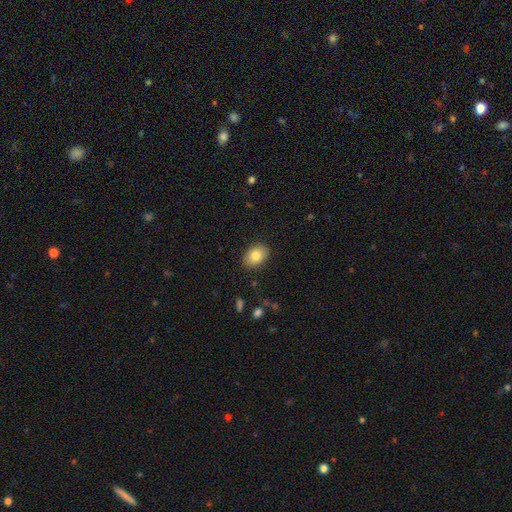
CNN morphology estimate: Smooth or featured? Predicted: smooth (p=0.83). How rounded? Predicted: in between (p=0.75). Merging? Predicted: none (p=0.88).